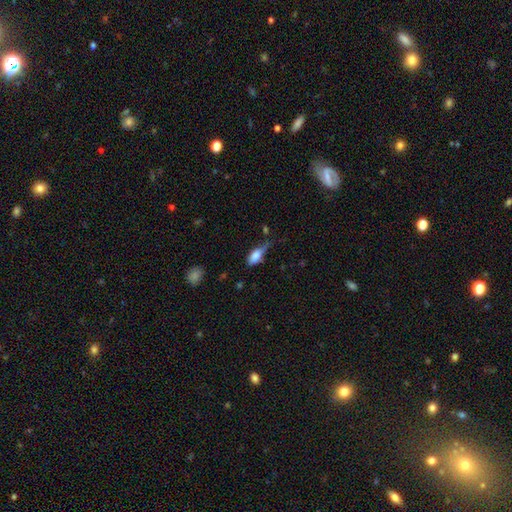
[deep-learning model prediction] Smooth or featured: smooth — 75% (featured or disk — 17%)
How rounded: in between — 82% (cigar-shaped — 13%)
Merging: minor disturbance — 39% (none — 32%)